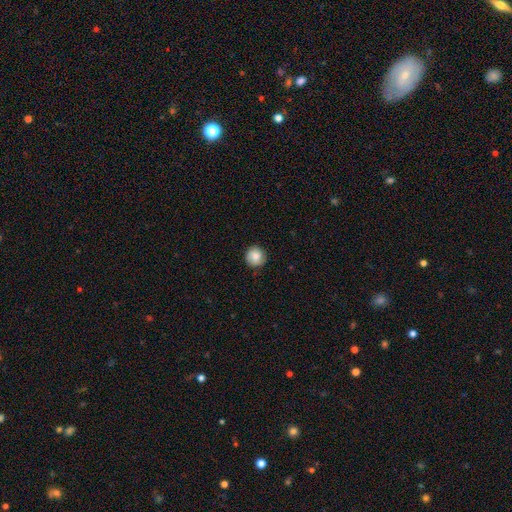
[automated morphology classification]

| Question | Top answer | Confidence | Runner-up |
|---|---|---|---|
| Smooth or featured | smooth | 80% | featured or disk (12%) |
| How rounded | round | 93% | in between (6%) |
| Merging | none | 85% | minor disturbance (11%) |